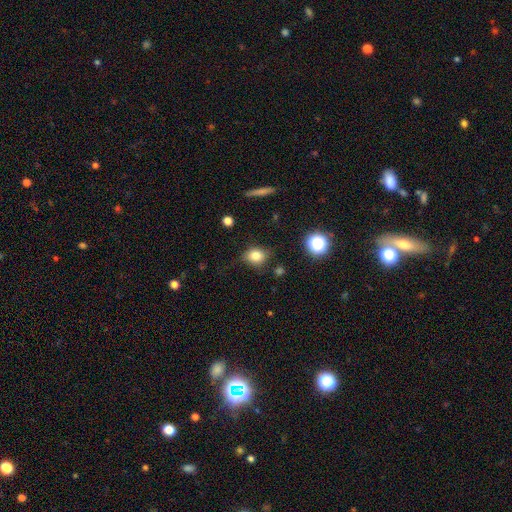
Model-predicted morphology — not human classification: This appears to be a smooth galaxy with no disk features (79%) that is round (51%). Merging: none (75%).